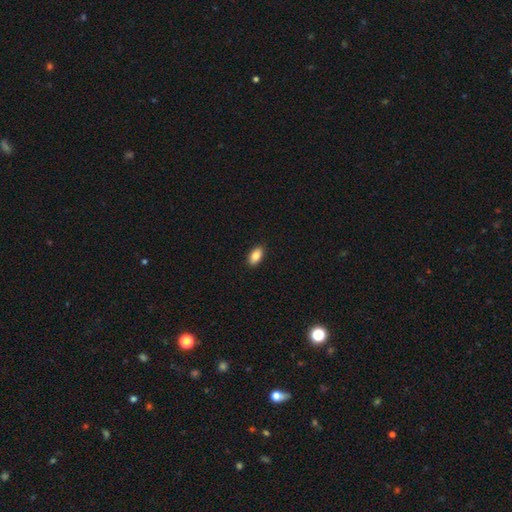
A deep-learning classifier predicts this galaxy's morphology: The model was most divided on "smooth or featured": smooth: 87%, star or artifact: 7%, featured or disk: 6%. More confident: how rounded — in between (92%); merging — none (90%).